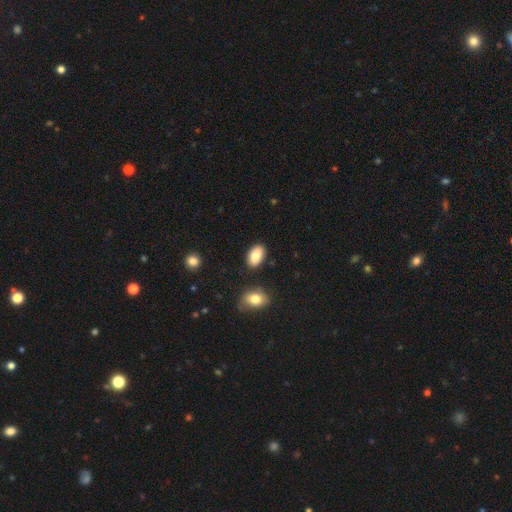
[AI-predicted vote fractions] A smooth galaxy with no disk features (87%) that is in between round and cigar-shaped (93%).

Vote fractions:
- Smooth or featured? smooth: 87% / star or artifact: 7% / featured or disk: 6%
- How rounded? in between: 93% / round: 5% / cigar-shaped: 2%
- Merging? none: 85% / minor disturbance: 9% / merger: 3% / major disturbance: 2%